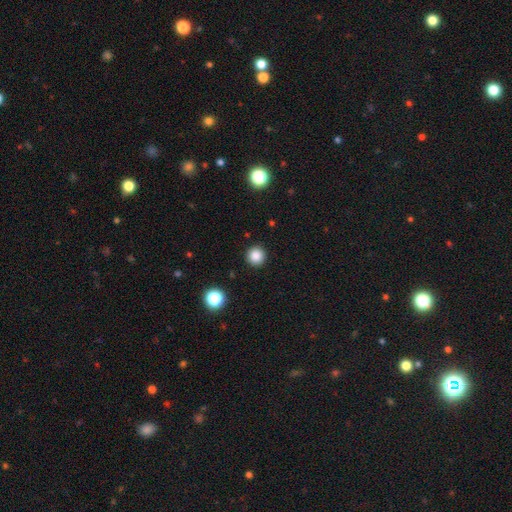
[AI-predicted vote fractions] Overall: smooth (85%). How rounded: round (94%). Merging: none (92%).